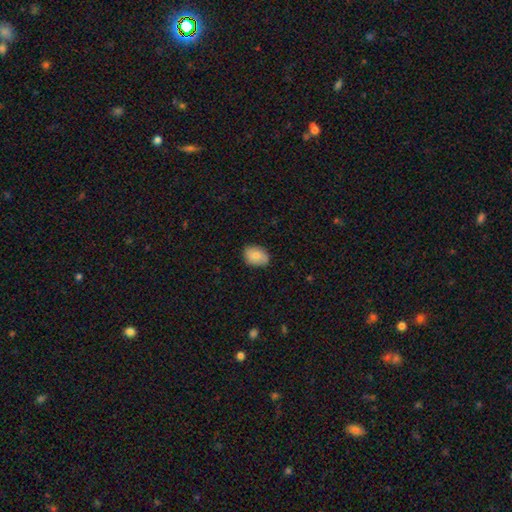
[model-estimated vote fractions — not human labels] This is clearly a smooth galaxy (83%). How rounded: likely in between (76%). Merging: clearly none (81%).